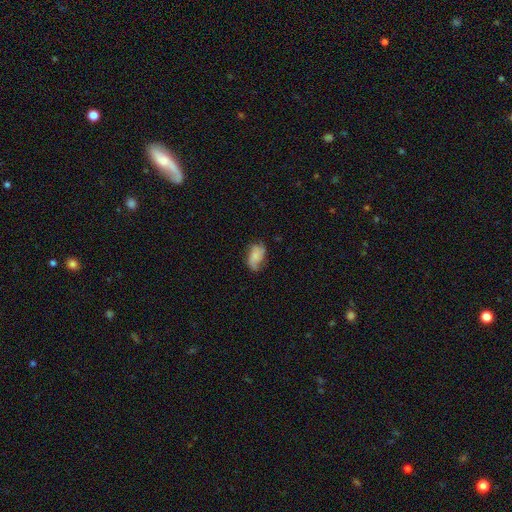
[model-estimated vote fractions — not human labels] A smooth galaxy with no disk features (52%) that is in between round and cigar-shaped (87%). Merging: none (55%).